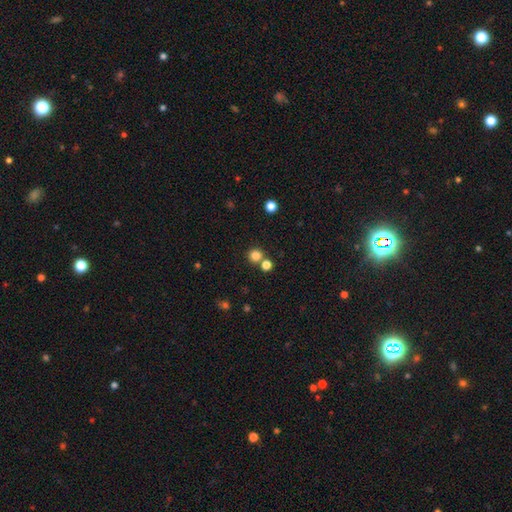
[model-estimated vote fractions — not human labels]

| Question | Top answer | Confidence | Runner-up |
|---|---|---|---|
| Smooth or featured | smooth | 81% | star or artifact (14%) |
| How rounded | round | 93% | in between (6%) |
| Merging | none | 70% | merger (21%) |